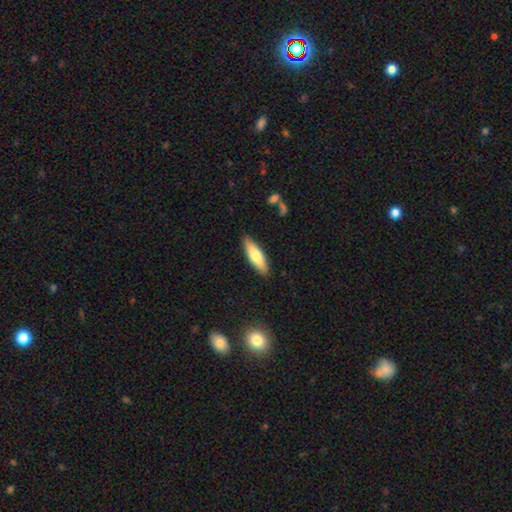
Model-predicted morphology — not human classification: smooth-or-featured: smooth: 72% | featured or disk: 23% | star or artifact: 6%
  how-rounded: cigar-shaped: 53% | in between: 45% | round: 2%
  merging: none: 87% | minor disturbance: 10% | major disturbance: 2% | merger: 1%